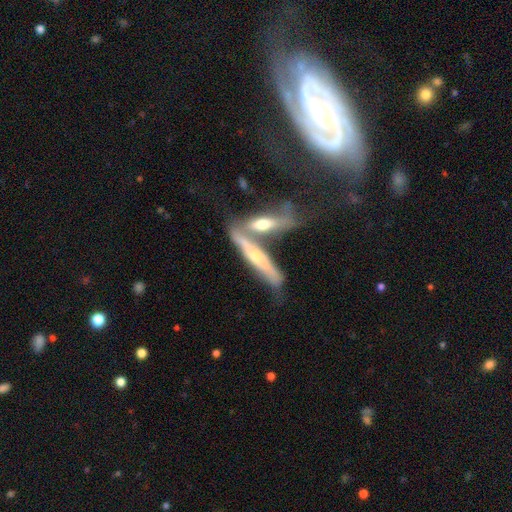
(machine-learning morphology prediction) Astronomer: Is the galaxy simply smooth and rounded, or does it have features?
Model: featured or disk — 66%.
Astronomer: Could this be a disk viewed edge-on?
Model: yes — 82%.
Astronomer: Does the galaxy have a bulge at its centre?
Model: rounded — 85%.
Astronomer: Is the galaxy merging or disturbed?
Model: merger — 50% (runner-up: none, 32%).